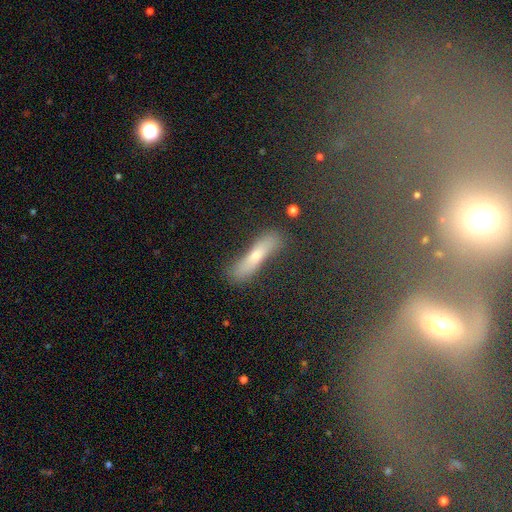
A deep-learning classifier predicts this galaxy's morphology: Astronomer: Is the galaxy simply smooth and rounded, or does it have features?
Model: smooth — 57%.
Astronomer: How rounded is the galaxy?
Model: cigar-shaped — 81%.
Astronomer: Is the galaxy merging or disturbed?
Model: none — 72%.